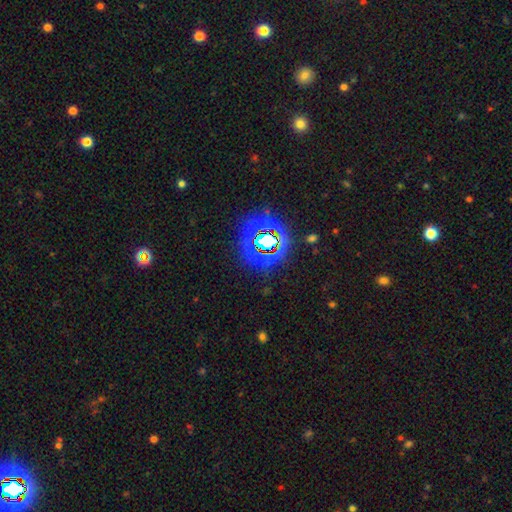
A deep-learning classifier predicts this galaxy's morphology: smooth_or_featured: star or artifact (p=0.69) [alt: smooth p=0.18]